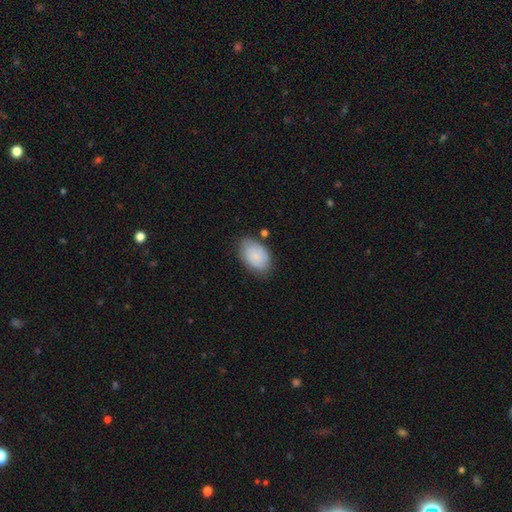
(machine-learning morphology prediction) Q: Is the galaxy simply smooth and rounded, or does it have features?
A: smooth — 76%.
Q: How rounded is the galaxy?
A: in between — 89%.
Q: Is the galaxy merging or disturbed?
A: none — 73%.